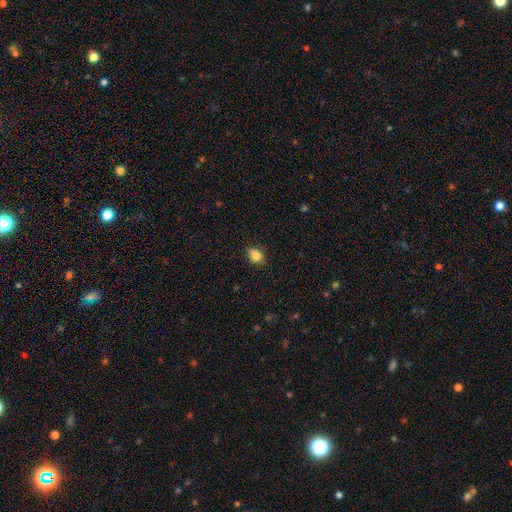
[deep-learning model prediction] Morphology: type=smooth (82%); roundness=in between (56%); merging=none (69%).